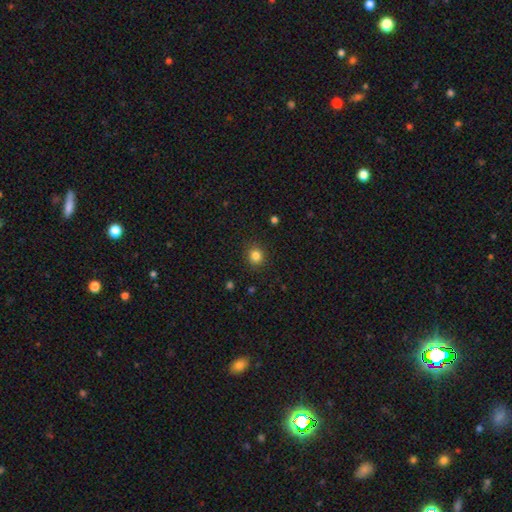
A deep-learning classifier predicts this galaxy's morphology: Smooth or featured? smooth (84%)
How rounded? round (83%)
Merging? none (90%)